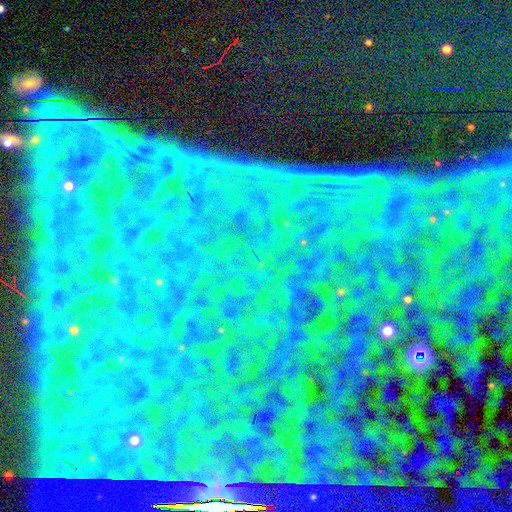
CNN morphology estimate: The model was most divided on "smooth or featured": star or artifact: 85%, featured or disk: 8%, smooth: 7%.